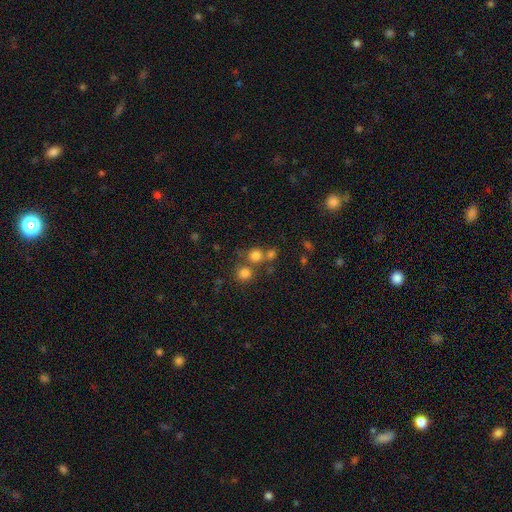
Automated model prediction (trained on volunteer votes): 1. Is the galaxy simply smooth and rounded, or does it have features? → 75% smooth, 17% star or artifact, 8% featured or disk.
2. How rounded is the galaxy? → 88% round, 11% in between, 1% cigar-shaped.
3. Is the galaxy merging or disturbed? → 61% none, 28% merger, 7% minor disturbance, 4% major disturbance.